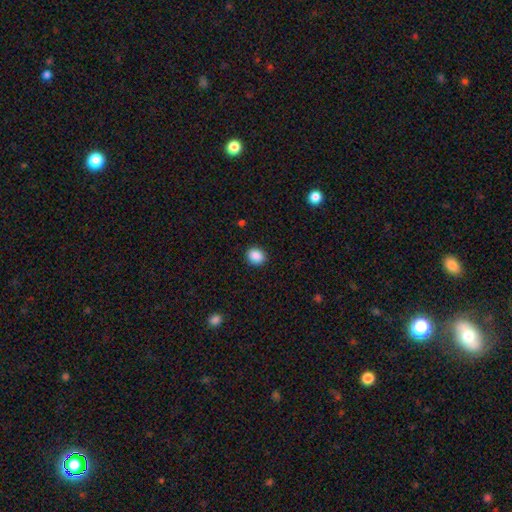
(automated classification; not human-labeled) Smooth or featured?
  - smooth: 89% *
  - star or artifact: 9%
  - featured or disk: 3%
How rounded?
  - round: 63% *
  - in between: 36%
  - cigar-shaped: 1%
Merging?
  - none: 90% *
  - minor disturbance: 6%
  - major disturbance: 2%
  - merger: 1%